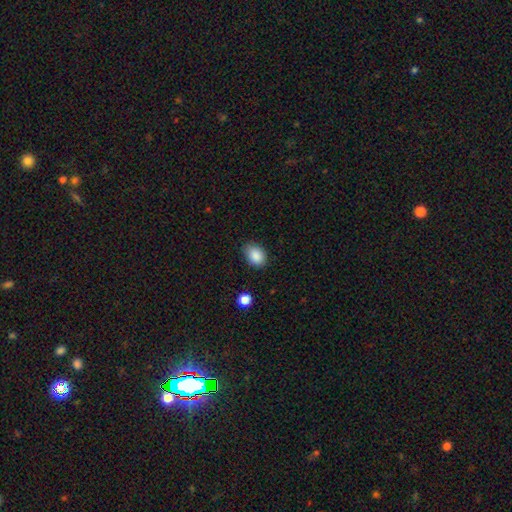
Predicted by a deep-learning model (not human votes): A smooth galaxy with no disk features (88%) that is in between round and cigar-shaped (76%). Merging: none (75%).